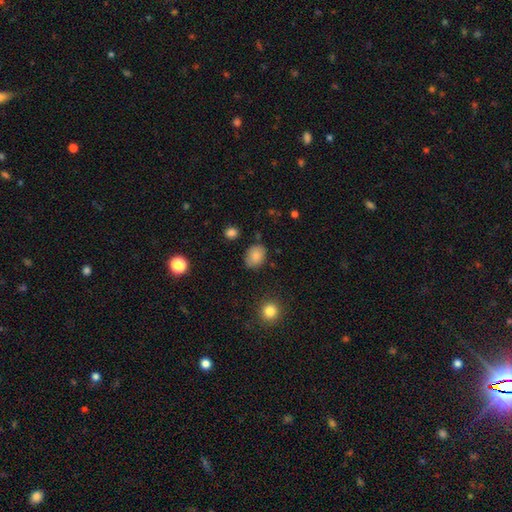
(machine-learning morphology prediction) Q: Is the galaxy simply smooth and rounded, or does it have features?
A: smooth — 83%.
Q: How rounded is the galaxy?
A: in between — 62%.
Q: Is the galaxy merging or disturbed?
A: none — 79%.